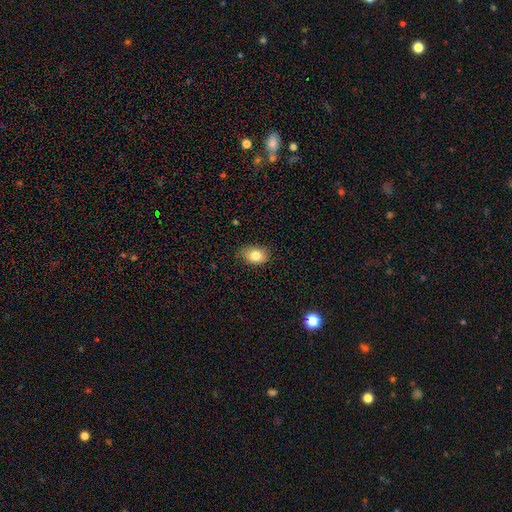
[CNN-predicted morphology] The model was most divided on "how rounded": in between: 73%, round: 26%, cigar-shaped: 1%. More confident: smooth or featured — smooth (81%); merging — none (78%).